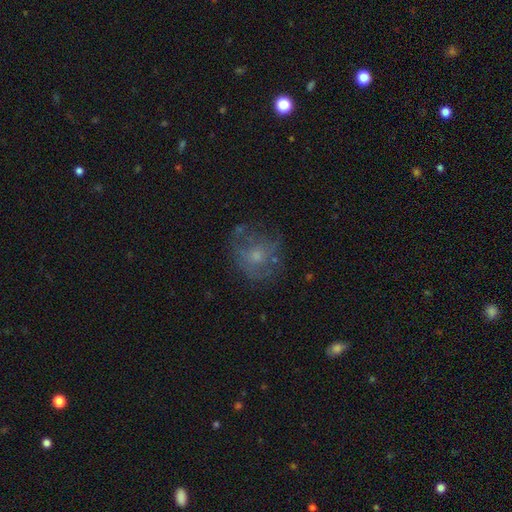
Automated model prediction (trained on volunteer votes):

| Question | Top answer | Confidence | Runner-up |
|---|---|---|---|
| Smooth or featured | featured or disk | 44% | smooth (42%) |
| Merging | none | 58% | minor disturbance (21%) |